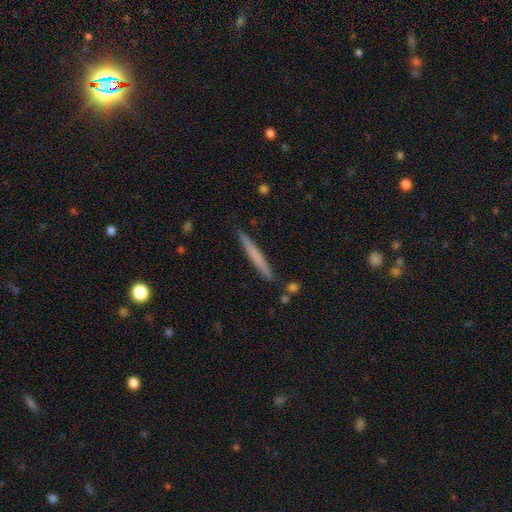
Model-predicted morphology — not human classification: The model was most divided on "smooth or featured": smooth: 62%, featured or disk: 32%, star or artifact: 6%. More confident: how rounded — cigar-shaped (97%); merging — none (89%).